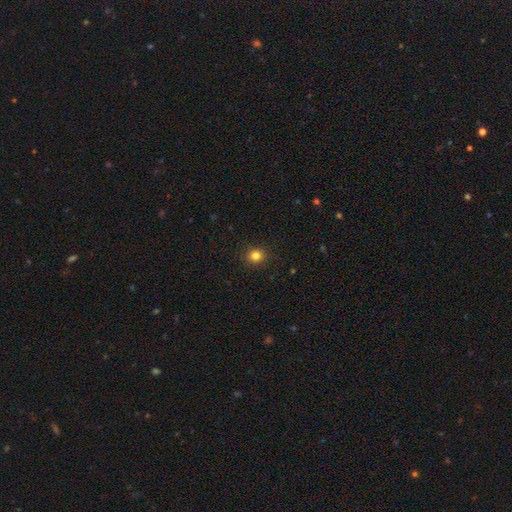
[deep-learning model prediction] Smooth or featured: smooth — 83% (star or artifact — 13%)
How rounded: round — 89% (in between — 10%)
Merging: none — 91% (minor disturbance — 6%)